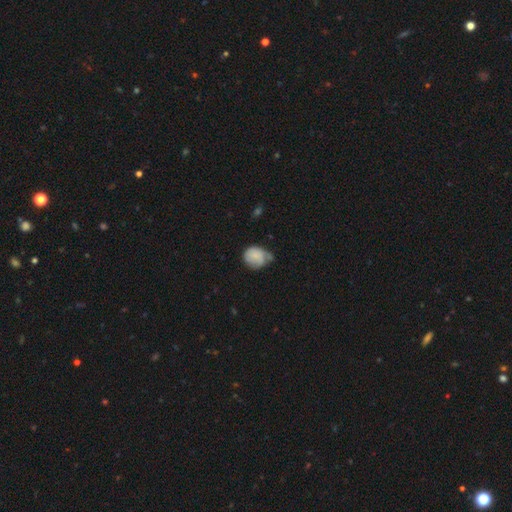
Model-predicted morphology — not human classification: Smooth or featured?
  - smooth: 78% *
  - featured or disk: 14%
  - star or artifact: 8%
How rounded?
  - round: 58% *
  - in between: 41%
  - cigar-shaped: 1%
Merging?
  - minor disturbance: 43% *
  - none: 36%
  - major disturbance: 14%
  - merger: 7%